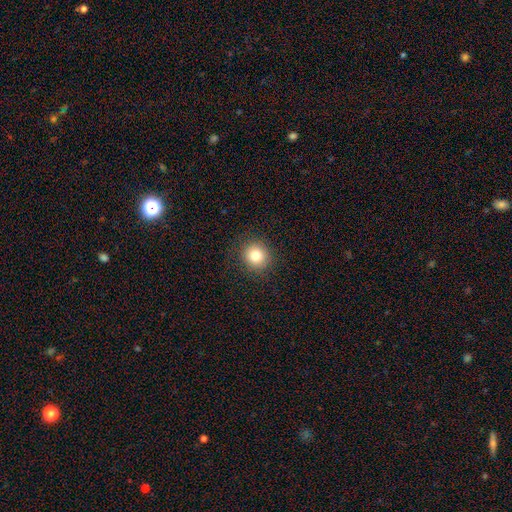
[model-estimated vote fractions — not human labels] smooth-or-featured: smooth: 81% | star or artifact: 11% | featured or disk: 8%
  how-rounded: round: 92% | in between: 7% | cigar-shaped: 1%
  merging: none: 90% | minor disturbance: 6% | major disturbance: 2% | merger: 1%